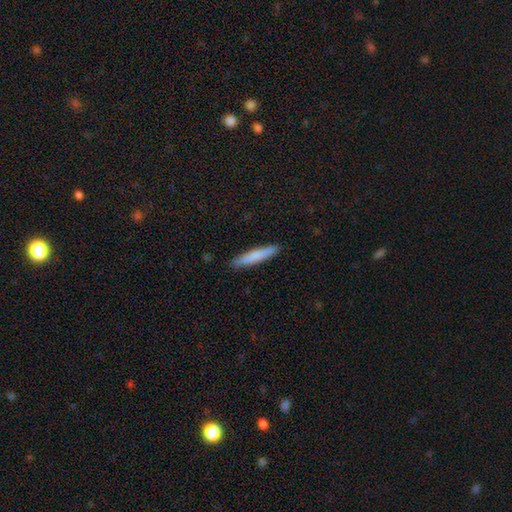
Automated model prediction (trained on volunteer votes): A smooth galaxy with no disk features (79%) that is cigar-shaped (92%).

Vote fractions:
- Smooth or featured? smooth: 79% / featured or disk: 15% / star or artifact: 5%
- How rounded? cigar-shaped: 92% / in between: 6% / round: 1%
- Merging? none: 90% / minor disturbance: 7% / major disturbance: 2% / merger: 1%